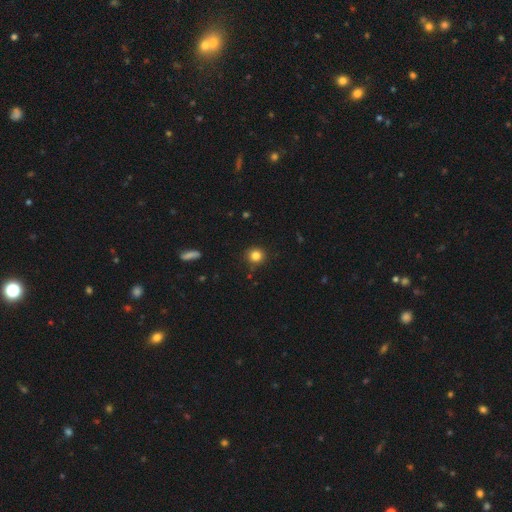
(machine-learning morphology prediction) The model was most divided on "smooth or featured": smooth: 83%, star or artifact: 12%, featured or disk: 5%. More confident: how rounded — round (92%); merging — none (87%).